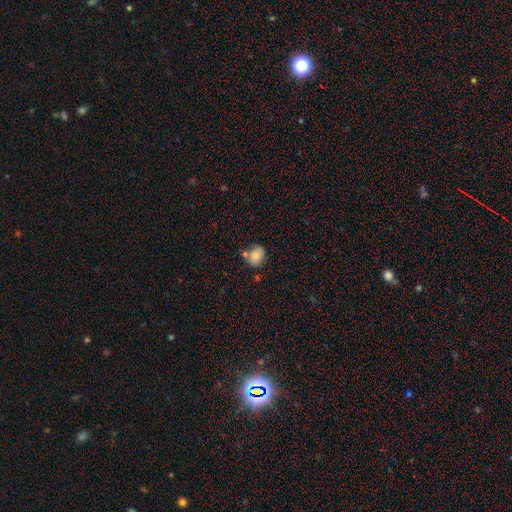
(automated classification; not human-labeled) A smooth galaxy with no disk features (82%) that is round (54%). Merging: none (66%).